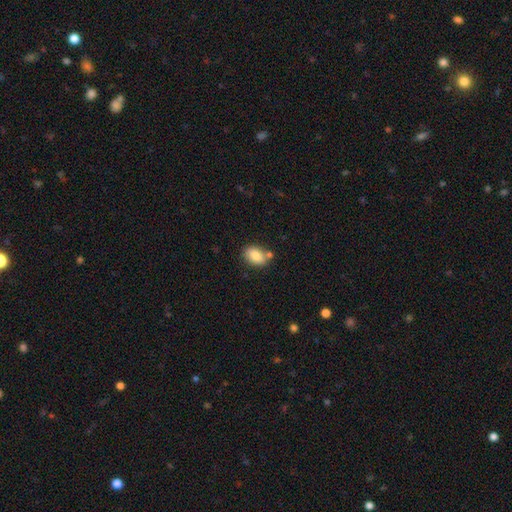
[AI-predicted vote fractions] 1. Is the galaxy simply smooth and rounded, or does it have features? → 84% smooth, 8% featured or disk, 8% star or artifact.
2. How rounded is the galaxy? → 82% in between, 17% round, 1% cigar-shaped.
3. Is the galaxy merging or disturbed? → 72% none, 14% minor disturbance, 11% merger, 3% major disturbance.